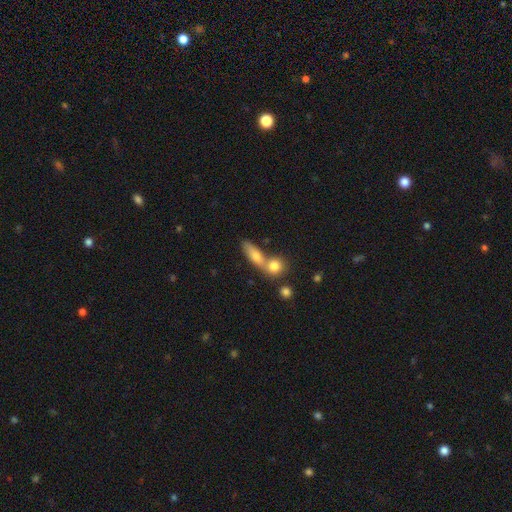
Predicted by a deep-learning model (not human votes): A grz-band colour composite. It shows a smooth galaxy with no disk features (72%) that is in between round and cigar-shaped (54%). Merging: merger (48%).